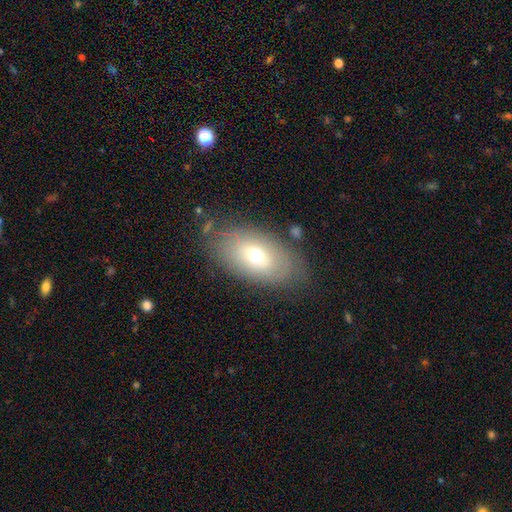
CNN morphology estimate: smooth_or_featured: smooth (p=0.62) [alt: featured or disk p=0.28]
how_rounded: in between (p=0.89) [alt: round p=0.09]
merging: none (p=0.77) [alt: minor disturbance p=0.15]